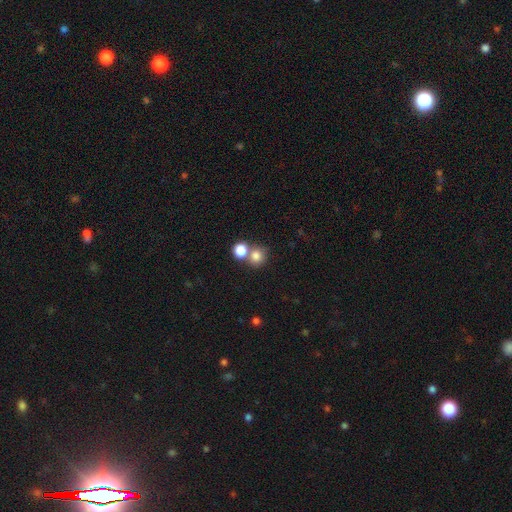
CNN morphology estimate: smooth 79%, star or artifact 12%, featured or disk 9%. Down the decision tree: how rounded — round (81%); merging — none (50%).